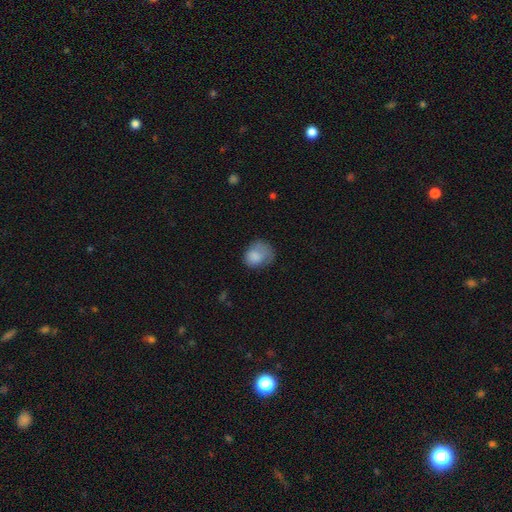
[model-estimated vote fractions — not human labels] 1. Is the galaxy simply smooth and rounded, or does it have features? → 79% smooth, 13% featured or disk, 8% star or artifact.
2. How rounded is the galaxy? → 55% round, 44% in between, 1% cigar-shaped.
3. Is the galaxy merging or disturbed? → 39% none, 32% minor disturbance, 26% major disturbance, 2% merger.